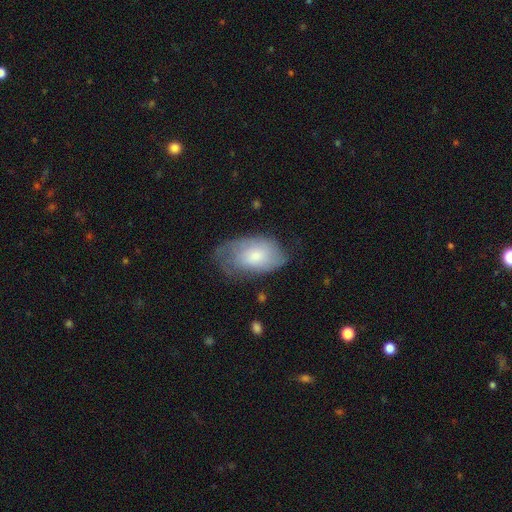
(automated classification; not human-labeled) Morphology: type=smooth (57%); roundness=in between (91%); merging=none (45%).